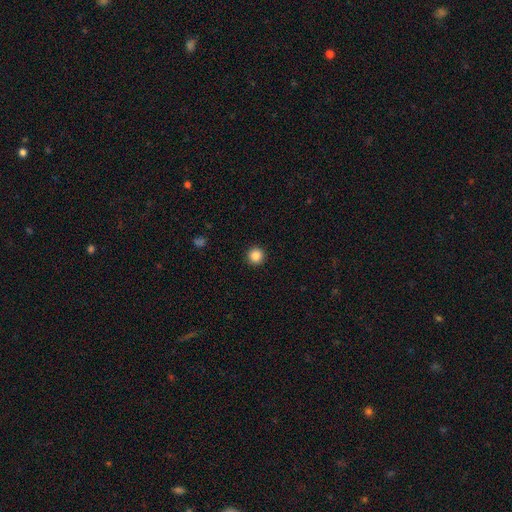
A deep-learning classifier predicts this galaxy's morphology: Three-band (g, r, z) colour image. It shows a smooth galaxy with no disk features (87%) that is round (96%). Merging: none (93%).